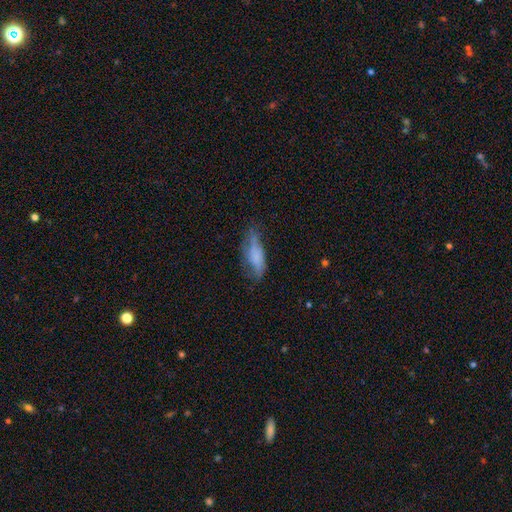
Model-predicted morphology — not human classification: smooth 62%, featured or disk 29%, star or artifact 9%. Down the decision tree: how rounded — in between (60%); merging — none (47%).